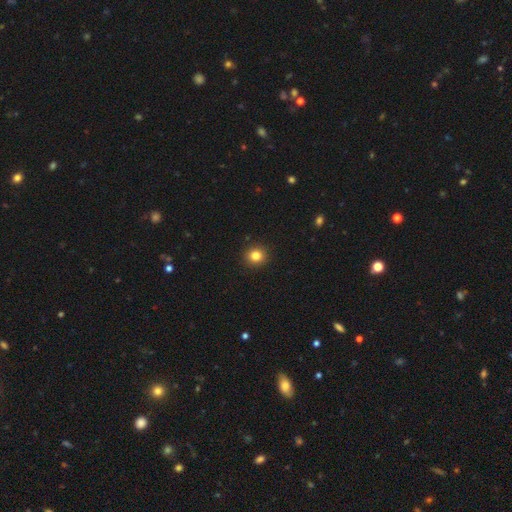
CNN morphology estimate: A smooth galaxy with no disk features (83%) that is round (88%). Merging: none (92%).